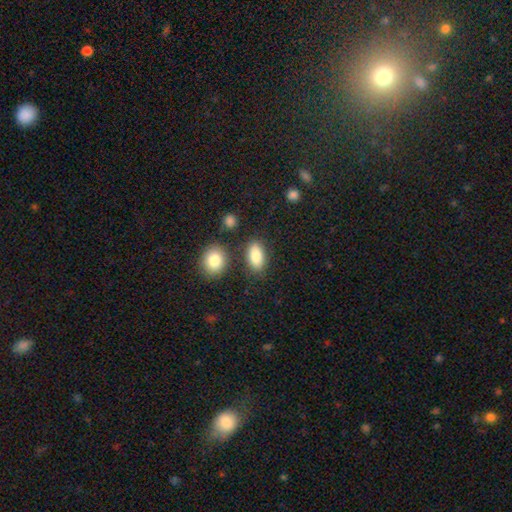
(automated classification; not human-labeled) smooth_or_featured: smooth (p=0.86) [alt: star or artifact p=0.07]
how_rounded: in between (p=0.88) [alt: round p=0.06]
merging: none (p=0.80) [alt: minor disturbance p=0.11]